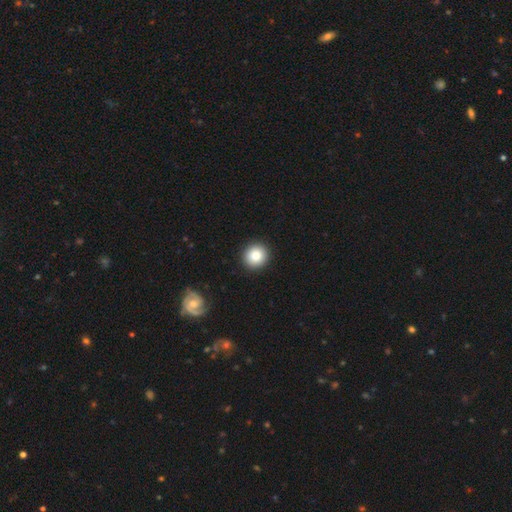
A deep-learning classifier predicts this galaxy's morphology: Smooth or featured? smooth (84%)
How rounded? round (93%)
Merging? none (93%)